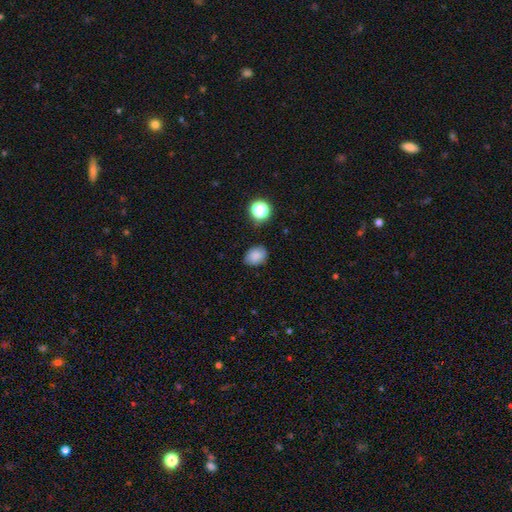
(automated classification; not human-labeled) Smooth or featured? smooth (82%)
How rounded? in between (59%)
Merging? none (78%)